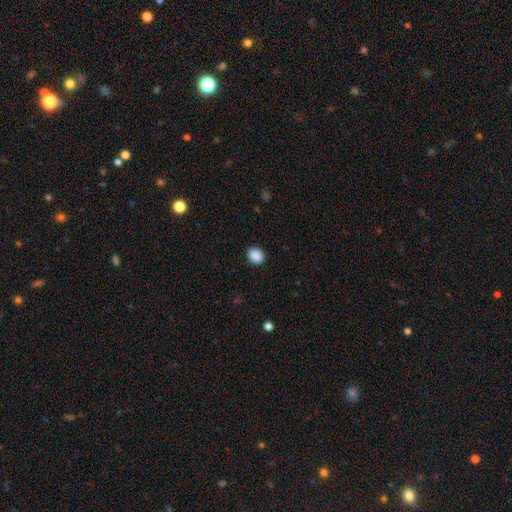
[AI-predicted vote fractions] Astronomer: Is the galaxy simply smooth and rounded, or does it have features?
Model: smooth — 90%.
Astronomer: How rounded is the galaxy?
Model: in between — 54% (runner-up: round, 45%).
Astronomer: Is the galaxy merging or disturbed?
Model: none — 90%.